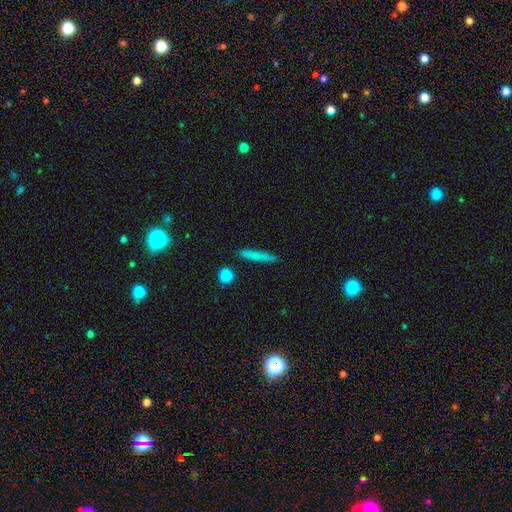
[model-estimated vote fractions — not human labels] smooth 75%, featured or disk 16%, star or artifact 9%. Down the decision tree: how rounded — cigar-shaped (92%); merging — none (87%).